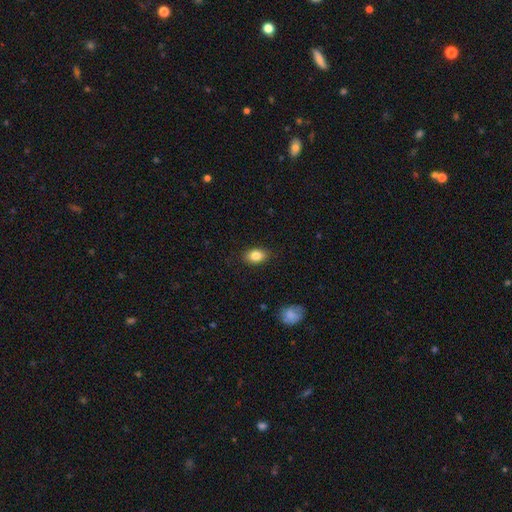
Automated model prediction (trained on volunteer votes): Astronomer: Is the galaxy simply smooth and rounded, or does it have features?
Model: smooth — 84%.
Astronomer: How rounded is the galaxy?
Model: in between — 84%.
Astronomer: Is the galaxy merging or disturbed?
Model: none — 87%.